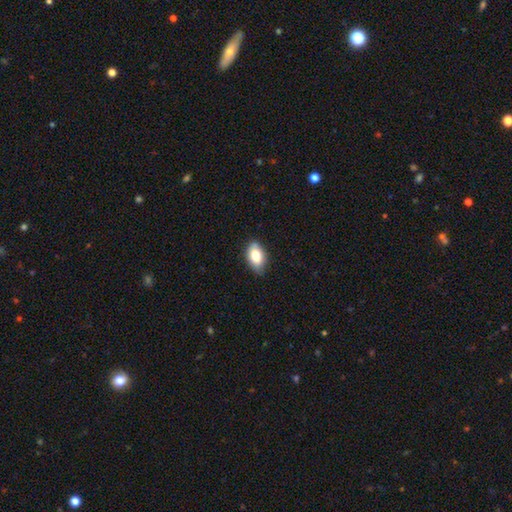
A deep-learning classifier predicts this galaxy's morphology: Smooth or featured? smooth (81%)
How rounded? in between (91%)
Merging? none (80%)